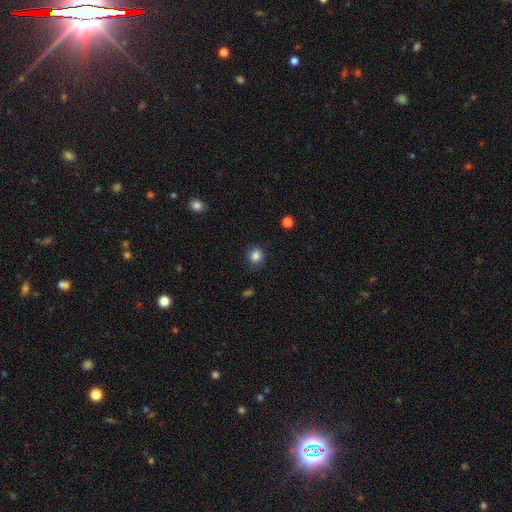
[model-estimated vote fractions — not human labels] Smooth or featured? smooth (84%)
How rounded? round (83%)
Merging? none (83%)